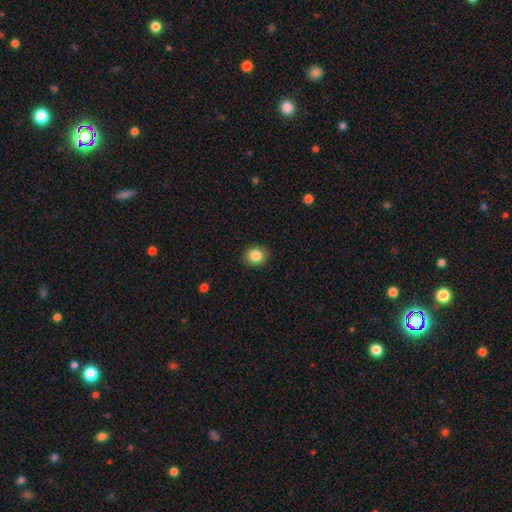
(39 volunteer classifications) This appears to be a smooth galaxy with no disk features (82%) that is round (94%). Merging: none (86%).